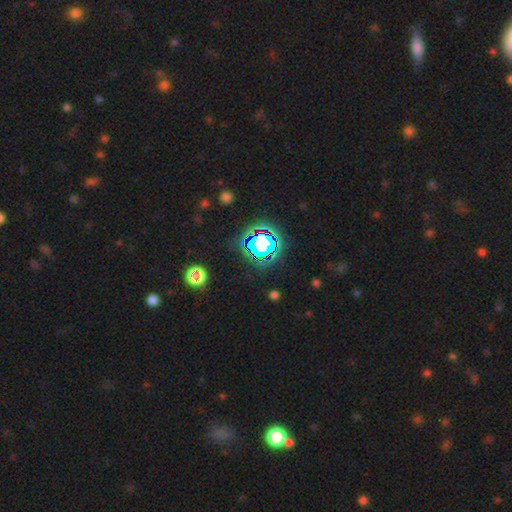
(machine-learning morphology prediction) A star or artifact, not a galaxy (79%).